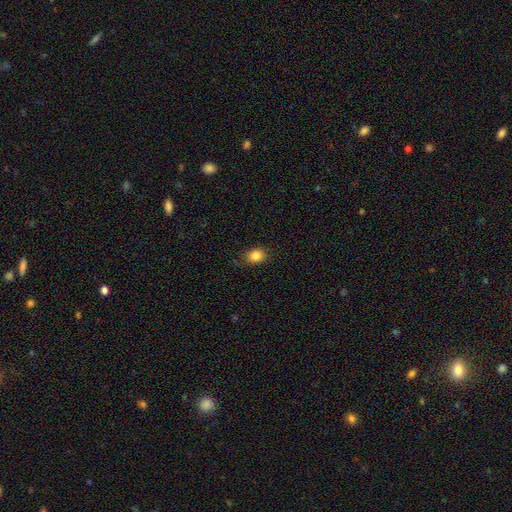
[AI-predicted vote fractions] Morphology: type=smooth (85%); roundness=in between (55%); merging=none (85%).